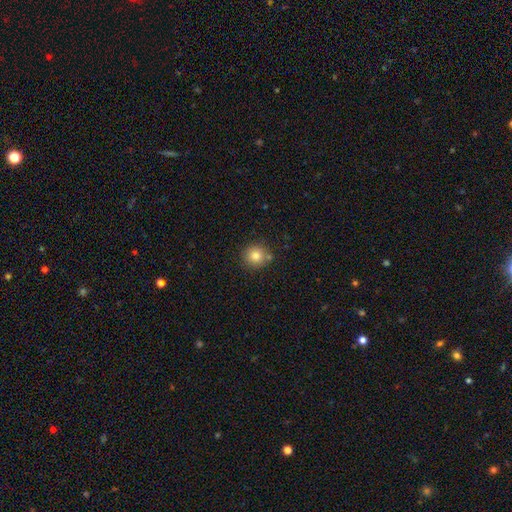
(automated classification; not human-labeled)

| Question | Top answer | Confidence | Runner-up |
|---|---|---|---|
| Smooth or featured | smooth | 80% | star or artifact (11%) |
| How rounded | round | 92% | in between (7%) |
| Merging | none | 78% | minor disturbance (11%) |